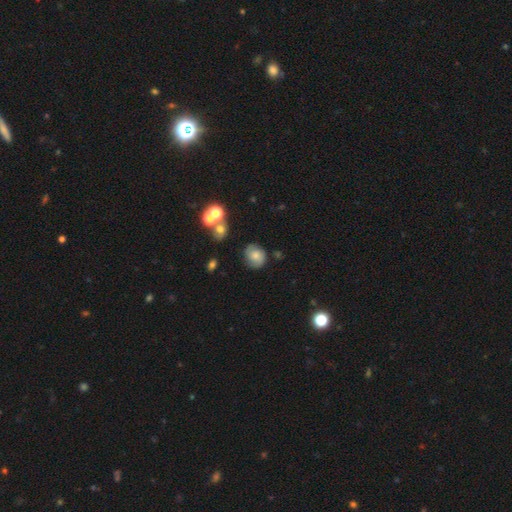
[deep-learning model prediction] Morphology: type=smooth (54%); roundness=round (68%); merging=none (73%).